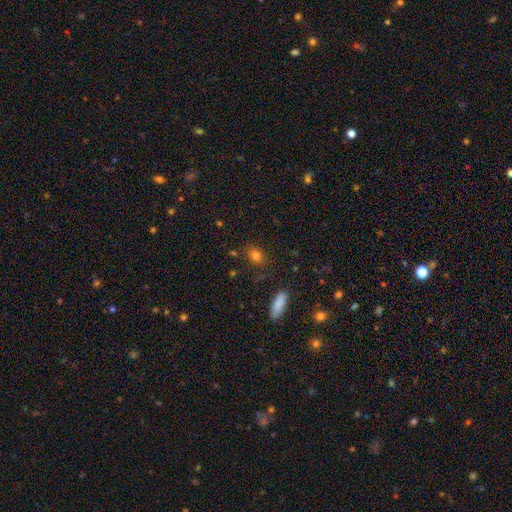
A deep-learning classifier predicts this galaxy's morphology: smooth_or_featured: smooth (p=0.79) [alt: star or artifact p=0.14]
how_rounded: in between (p=0.64) [alt: round p=0.33]
merging: none (p=0.77) [alt: minor disturbance p=0.14]